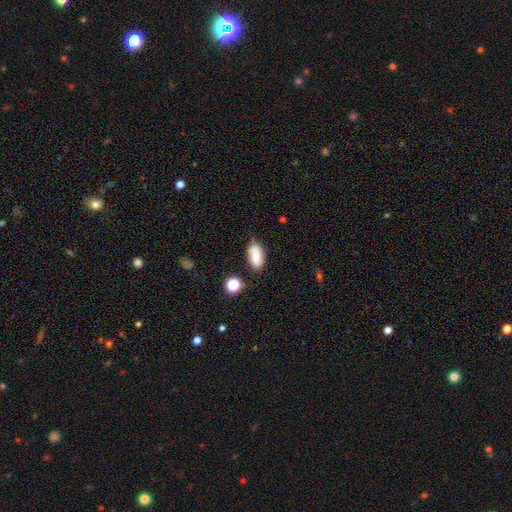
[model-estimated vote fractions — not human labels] smooth-or-featured: smooth: 62% | featured or disk: 28% | star or artifact: 10%
  how-rounded: in between: 90% | round: 7% | cigar-shaped: 3%
  merging: none: 68% | minor disturbance: 20% | merger: 7% | major disturbance: 5%